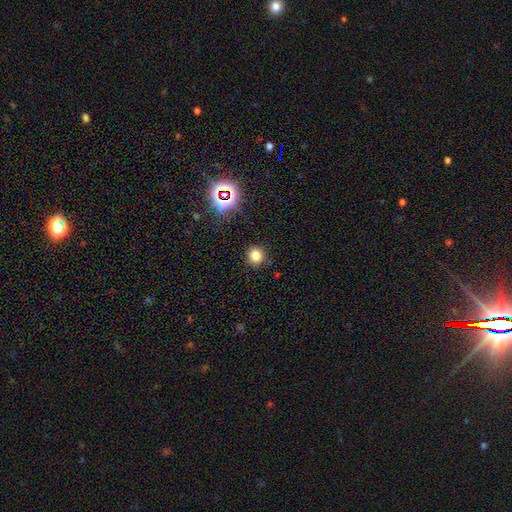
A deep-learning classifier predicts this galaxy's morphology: A smooth galaxy with no disk features (78%) that is round (87%). Merging: none (89%).